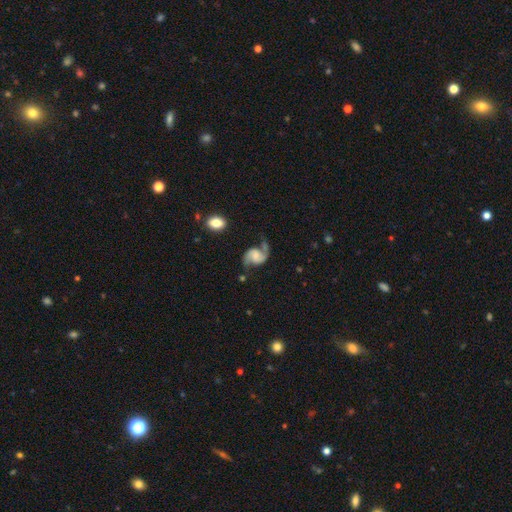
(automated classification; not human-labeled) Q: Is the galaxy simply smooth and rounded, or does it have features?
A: featured or disk — 85%.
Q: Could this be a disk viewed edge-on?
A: no — 98%.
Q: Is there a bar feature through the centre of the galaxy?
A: no — 54%.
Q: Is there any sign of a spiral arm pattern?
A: yes — 97%.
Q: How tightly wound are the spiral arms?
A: loose — 53%.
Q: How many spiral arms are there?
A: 2 — 91%.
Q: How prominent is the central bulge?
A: none — 32%.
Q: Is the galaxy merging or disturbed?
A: none — 65%.